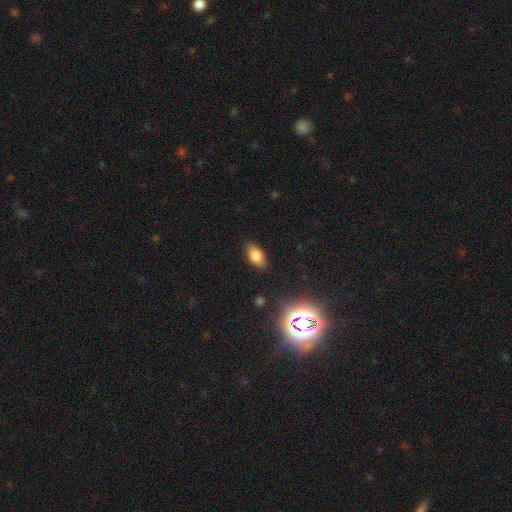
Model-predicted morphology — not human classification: This appears to be a smooth galaxy with no disk features (78%) that is in between round and cigar-shaped (90%). Merging: none (84%).